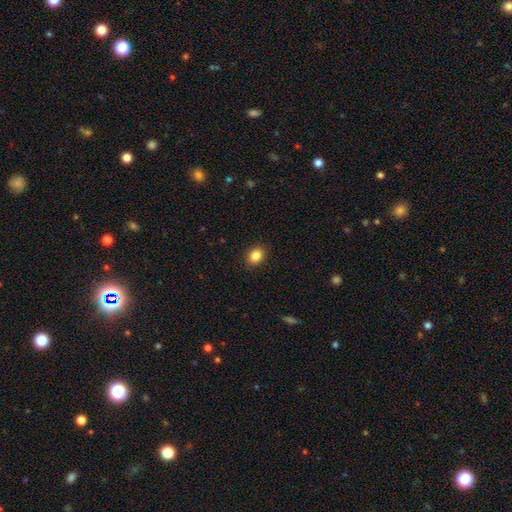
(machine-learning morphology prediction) Smooth or featured? smooth (86%)
How rounded? in between (56%)
Merging? none (89%)